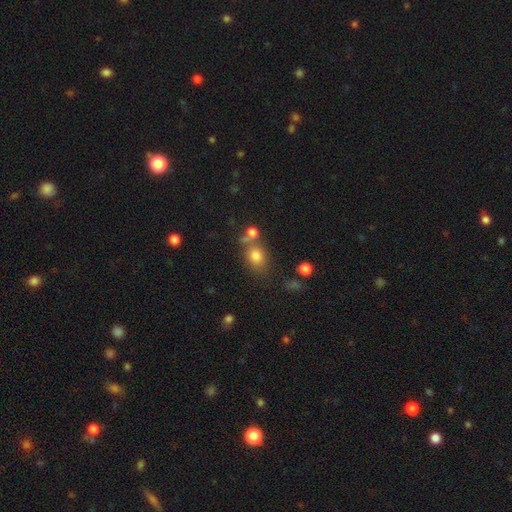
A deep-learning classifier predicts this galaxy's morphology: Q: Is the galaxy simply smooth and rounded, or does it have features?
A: smooth — 79%.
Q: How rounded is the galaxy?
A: in between — 51%.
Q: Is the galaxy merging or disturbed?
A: none — 52%.